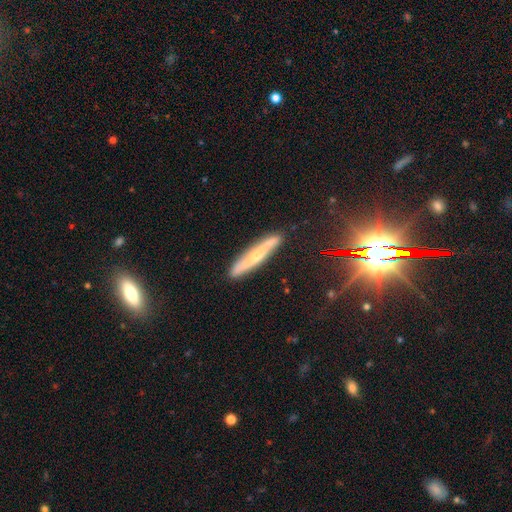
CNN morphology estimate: smooth-or-featured: featured or disk: 57% | smooth: 35% | star or artifact: 8%
  disk-edge-on: yes: 82% | no: 18%
  merging: none: 86% | minor disturbance: 10% | major disturbance: 2% | merger: 2%